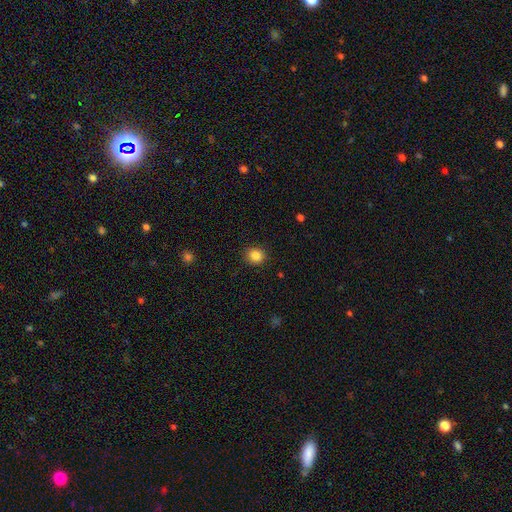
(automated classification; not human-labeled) A smooth galaxy with no disk features (85%) that is round (84%). Merging: none (89%).